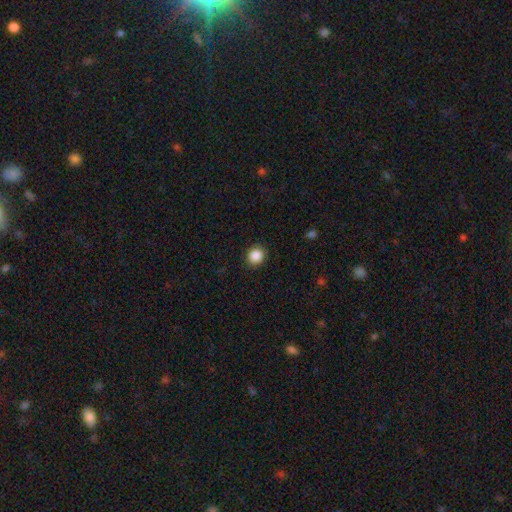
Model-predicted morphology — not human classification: type=smooth (87%); roundness=round (87%); merging=none (90%).